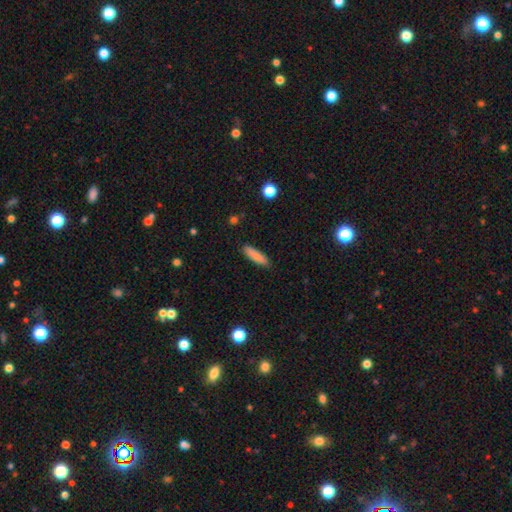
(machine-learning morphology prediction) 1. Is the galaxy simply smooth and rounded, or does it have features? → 85% smooth, 8% featured or disk, 7% star or artifact.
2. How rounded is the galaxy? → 72% cigar-shaped, 26% in between, 2% round.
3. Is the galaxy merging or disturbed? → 88% none, 9% minor disturbance, 2% major disturbance, 1% merger.